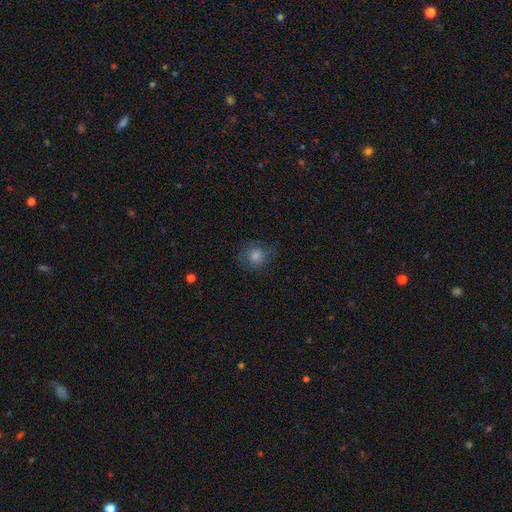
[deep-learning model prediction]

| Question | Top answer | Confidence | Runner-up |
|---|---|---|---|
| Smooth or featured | smooth | 63% | featured or disk (20%) |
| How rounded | round | 82% | in between (17%) |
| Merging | none | 73% | minor disturbance (17%) |